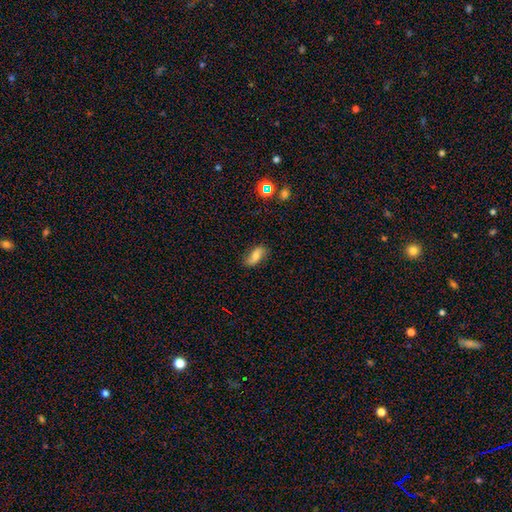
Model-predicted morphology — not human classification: Overall: smooth (61%; featured or disk 29%). How rounded: in between (82%). Merging: none (77%).